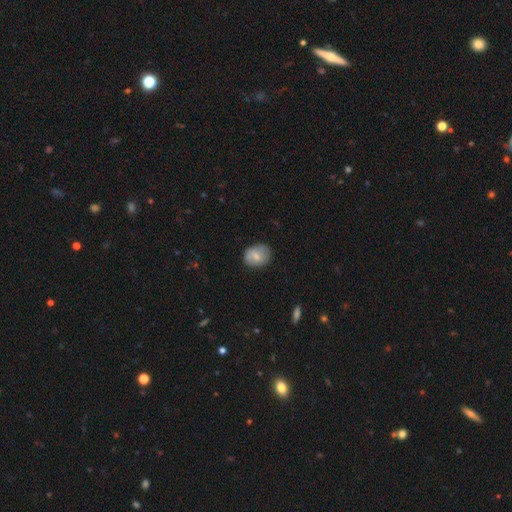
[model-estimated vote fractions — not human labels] Overall: smooth (67%). How rounded: in between (53%; round 46%). Merging: none (73%).